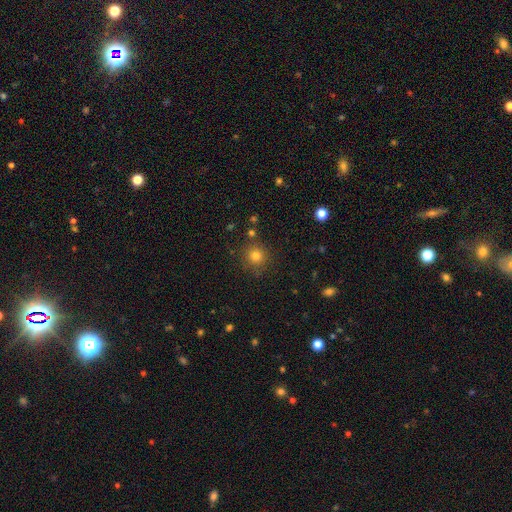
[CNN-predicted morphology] The model was most divided on "smooth or featured": smooth: 79%, star or artifact: 15%, featured or disk: 6%. More confident: how rounded — round (92%); merging — none (85%).